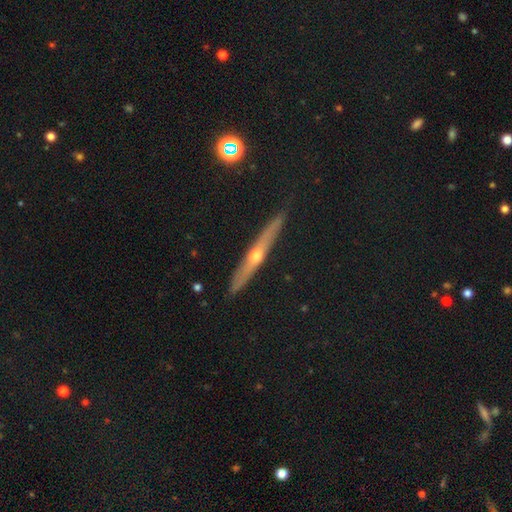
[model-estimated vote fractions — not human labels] Smooth or featured? featured or disk (71%)
Edge-on disk? yes (95%)
Edge-on bulge? rounded (85%)
Merging? none (88%)